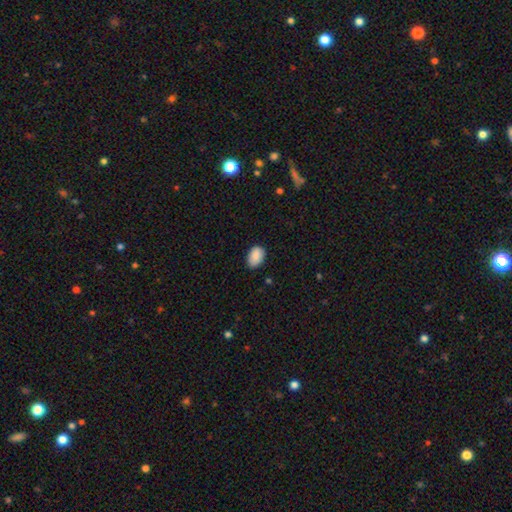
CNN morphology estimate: Q: Smooth or featured?
A: smooth (89%); runner-up: star or artifact (7%)
Q: How rounded?
A: in between (87%); runner-up: round (12%)
Q: Merging?
A: none (83%); runner-up: minor disturbance (14%)